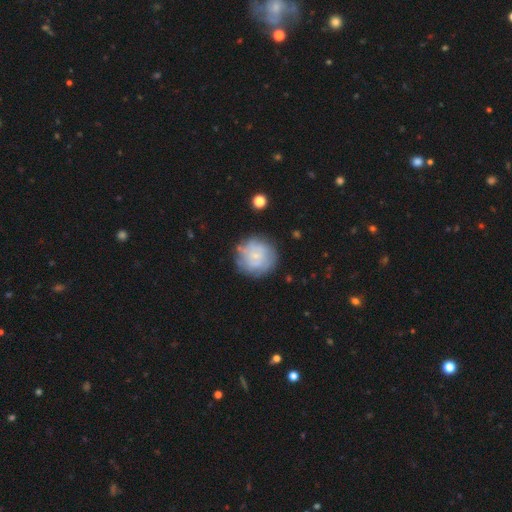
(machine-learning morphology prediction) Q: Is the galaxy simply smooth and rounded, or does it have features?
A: featured or disk — 48%.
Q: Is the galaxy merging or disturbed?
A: none — 73%.